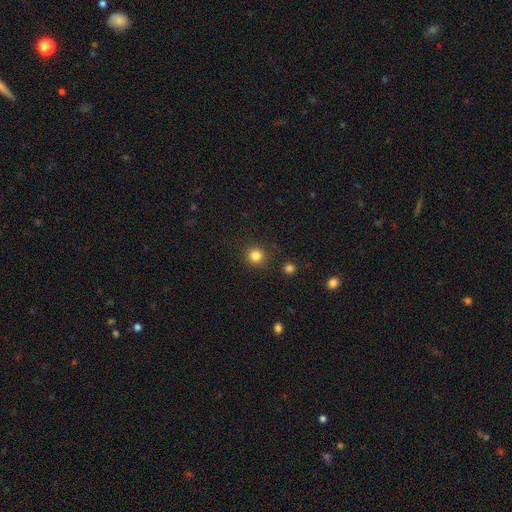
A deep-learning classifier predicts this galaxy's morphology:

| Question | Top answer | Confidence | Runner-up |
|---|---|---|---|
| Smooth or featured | smooth | 83% | star or artifact (12%) |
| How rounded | round | 94% | in between (5%) |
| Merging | none | 90% | minor disturbance (5%) |